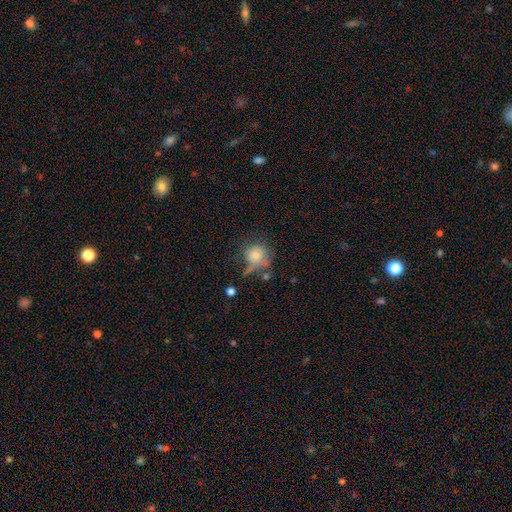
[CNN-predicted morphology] type=smooth (76%); roundness=round (83%); merging=none (47%).